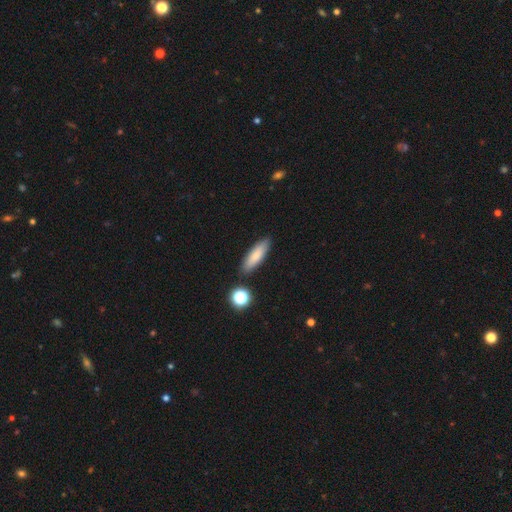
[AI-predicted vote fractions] Morphology: type=smooth (81%); roundness=cigar-shaped (56%); merging=none (86%).